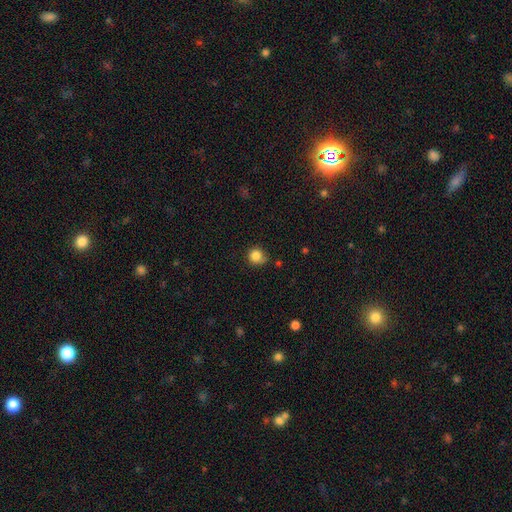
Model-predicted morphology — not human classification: This appears to be a smooth galaxy with no disk features (84%) that is round (90%). Merging: none (68%).